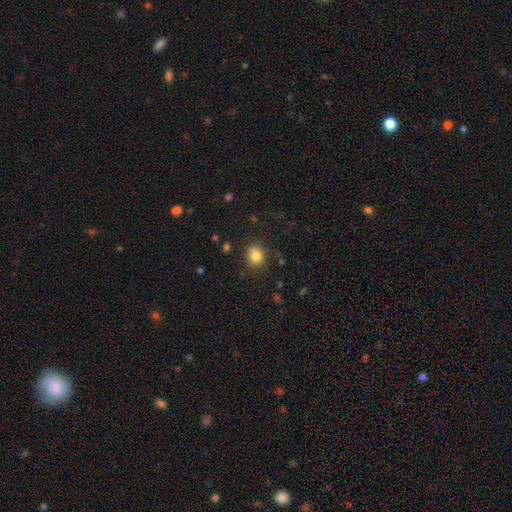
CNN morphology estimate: This is clearly a smooth galaxy (82%). How rounded: likely round (78%). Merging: clearly none (82%).